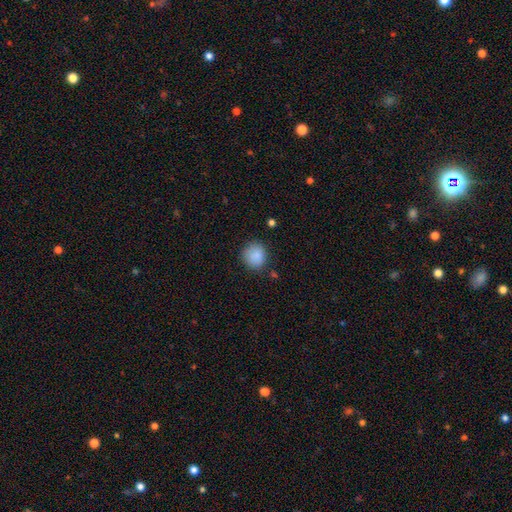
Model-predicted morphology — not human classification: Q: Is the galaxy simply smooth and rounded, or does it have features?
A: smooth — 88%.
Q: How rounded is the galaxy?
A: round — 84%.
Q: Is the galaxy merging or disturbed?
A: none — 81%.